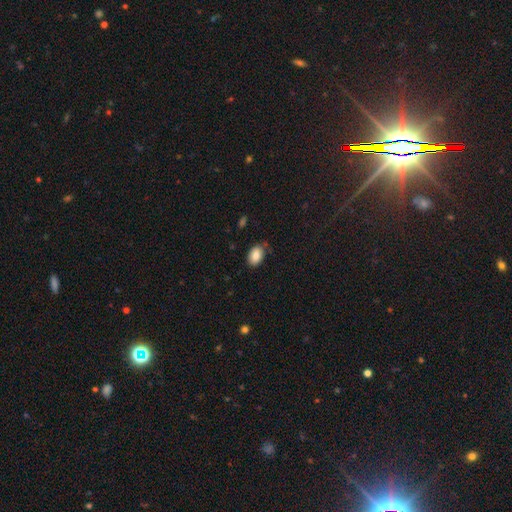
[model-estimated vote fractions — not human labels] The model was most divided on "merging": none: 75%, minor disturbance: 19%, major disturbance: 4%, merger: 2%. More confident: how rounded — in between (87%); smooth or featured — smooth (86%).